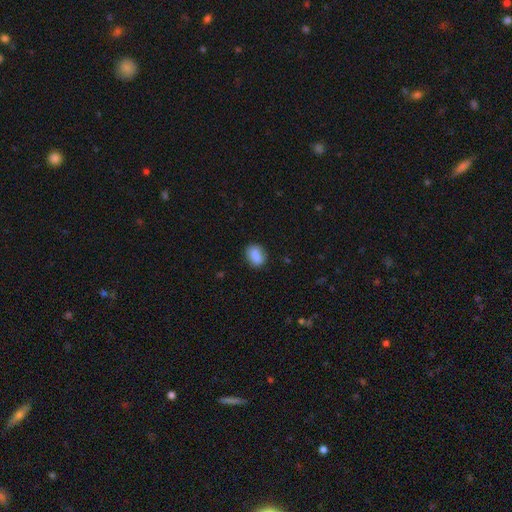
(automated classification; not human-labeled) Smooth or featured?
  - smooth: 85% *
  - star or artifact: 8%
  - featured or disk: 7%
How rounded?
  - in between: 69% *
  - round: 28%
  - cigar-shaped: 2%
Merging?
  - none: 80% *
  - minor disturbance: 15%
  - major disturbance: 3%
  - merger: 2%